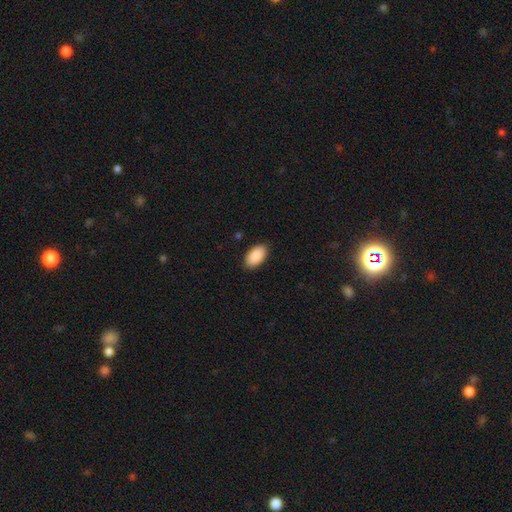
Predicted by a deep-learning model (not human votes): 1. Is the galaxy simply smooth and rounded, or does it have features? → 91% smooth, 6% star or artifact, 4% featured or disk.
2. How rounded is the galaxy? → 96% in between, 3% round, 2% cigar-shaped.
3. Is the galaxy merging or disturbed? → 88% none, 9% minor disturbance, 2% major disturbance, 1% merger.